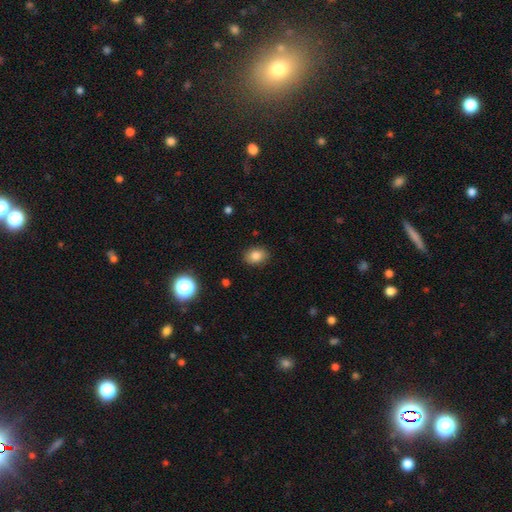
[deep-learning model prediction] Overall: smooth (84%). How rounded: in between (67%; round 31%). Merging: none (87%).